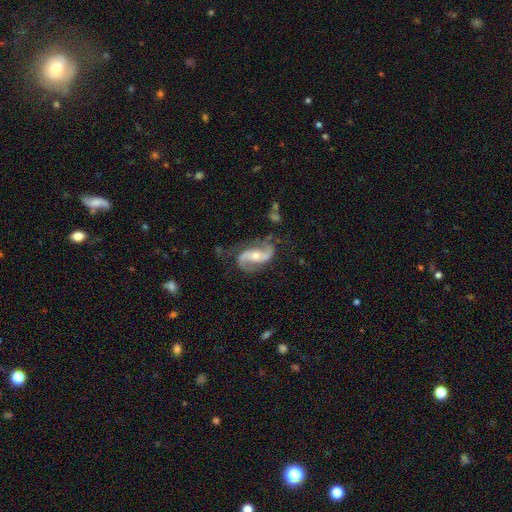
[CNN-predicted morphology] Smooth or featured? featured or disk (88%)
Edge-on disk? no (96%)
Bar? no (38%)
Spiral arms? yes (96%)
Spiral winding? loose (52%)
Spiral arm count? 2 (92%)
Bulge size? moderate (54%)
Merging? none (69%)